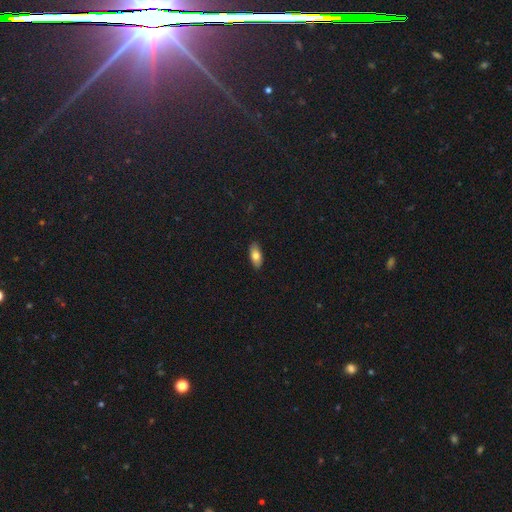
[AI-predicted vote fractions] Q: Smooth or featured?
A: smooth (76%); runner-up: featured or disk (17%)
Q: How rounded?
A: in between (87%); runner-up: cigar-shaped (11%)
Q: Merging?
A: none (90%); runner-up: minor disturbance (8%)